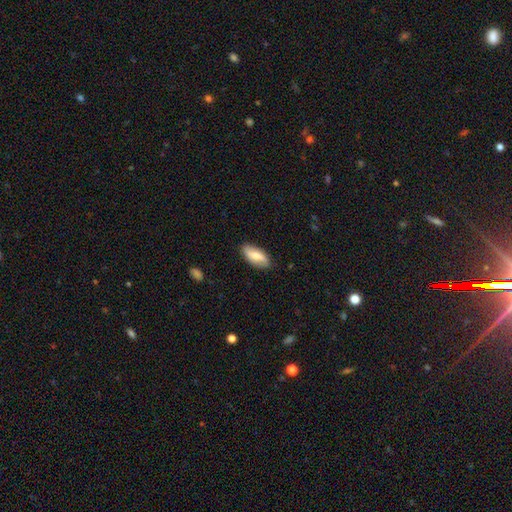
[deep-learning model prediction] smooth_or_featured: smooth (p=0.64) [alt: featured or disk p=0.30]
how_rounded: in between (p=0.85) [alt: cigar-shaped p=0.12]
merging: none (p=0.85) [alt: minor disturbance p=0.12]